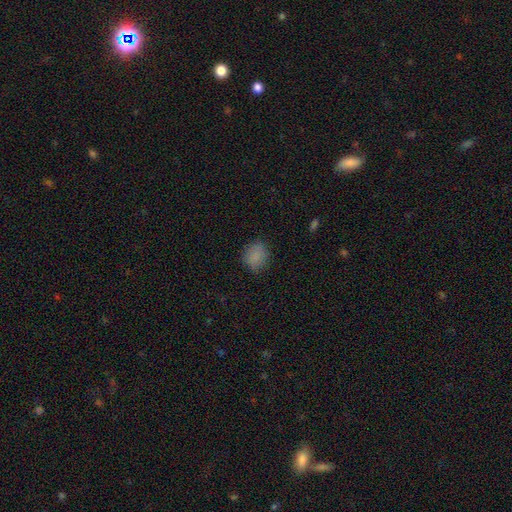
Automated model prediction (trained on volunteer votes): Smooth or featured?
  - smooth: 85% *
  - star or artifact: 11%
  - featured or disk: 5%
How rounded?
  - round: 60% *
  - in between: 39%
  - cigar-shaped: 1%
Merging?
  - none: 82% *
  - minor disturbance: 13%
  - major disturbance: 3%
  - merger: 1%